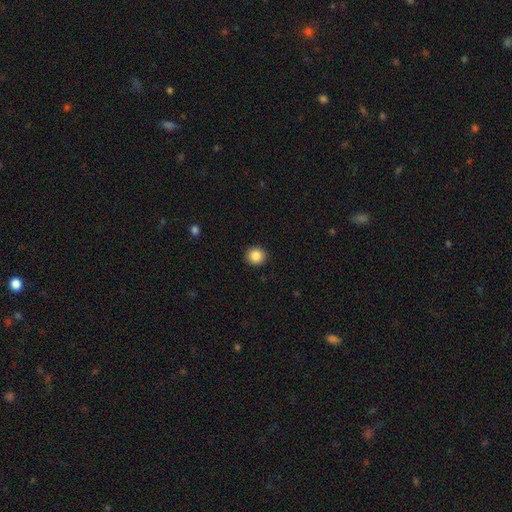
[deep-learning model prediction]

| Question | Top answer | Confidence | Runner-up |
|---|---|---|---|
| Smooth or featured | smooth | 86% | star or artifact (9%) |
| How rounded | round | 90% | in between (9%) |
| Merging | none | 92% | minor disturbance (5%) |